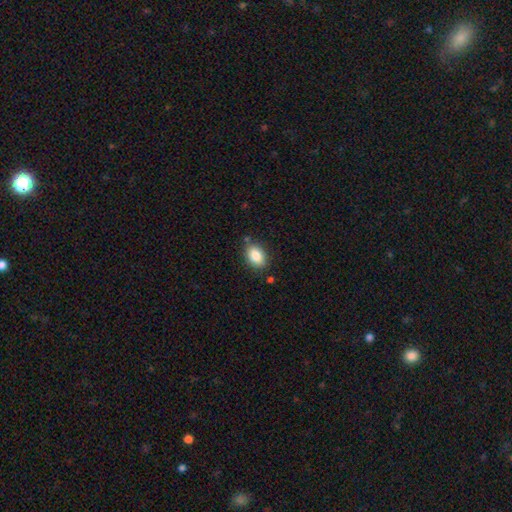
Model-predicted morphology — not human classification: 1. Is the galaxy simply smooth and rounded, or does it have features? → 86% smooth, 8% star or artifact, 6% featured or disk.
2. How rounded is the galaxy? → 84% in between, 14% round, 1% cigar-shaped.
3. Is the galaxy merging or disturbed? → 81% none, 13% minor disturbance, 3% merger, 3% major disturbance.